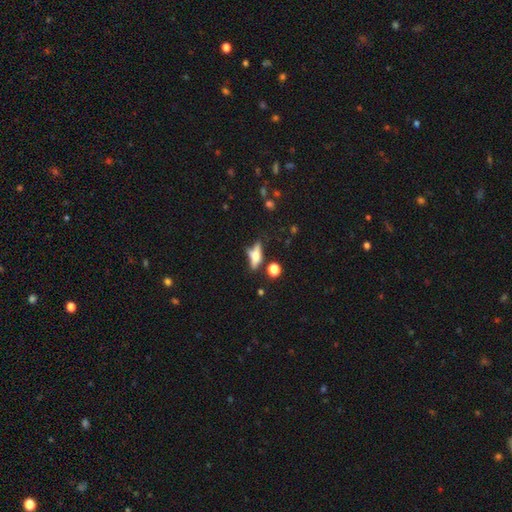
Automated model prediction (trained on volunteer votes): Q: Smooth or featured?
A: smooth (47%); runner-up: featured or disk (42%)
Q: Merging?
A: none (52%); runner-up: minor disturbance (21%)